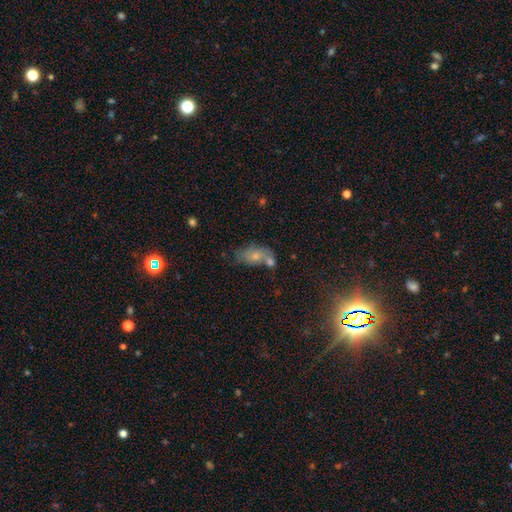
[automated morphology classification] Q: Smooth or featured?
A: smooth (65%); runner-up: featured or disk (25%)
Q: How rounded?
A: in between (87%); runner-up: round (8%)
Q: Merging?
A: none (38%); runner-up: merger (34%)